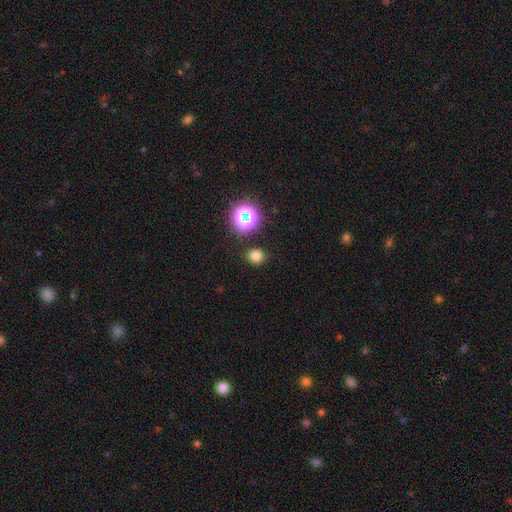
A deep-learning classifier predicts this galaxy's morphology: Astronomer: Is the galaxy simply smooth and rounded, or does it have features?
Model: smooth — 76%.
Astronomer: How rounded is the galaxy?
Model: round — 84%.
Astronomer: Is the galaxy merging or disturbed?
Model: none — 89%.